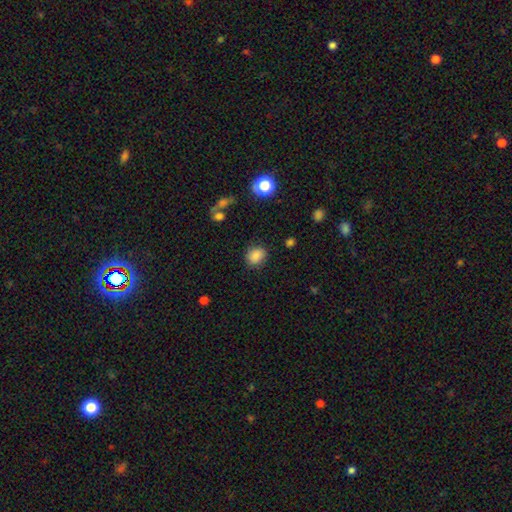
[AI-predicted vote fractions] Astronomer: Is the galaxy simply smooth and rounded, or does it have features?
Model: smooth — 85%.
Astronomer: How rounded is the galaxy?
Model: round — 59% (runner-up: in between, 40%).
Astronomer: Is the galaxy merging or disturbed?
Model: none — 83%.